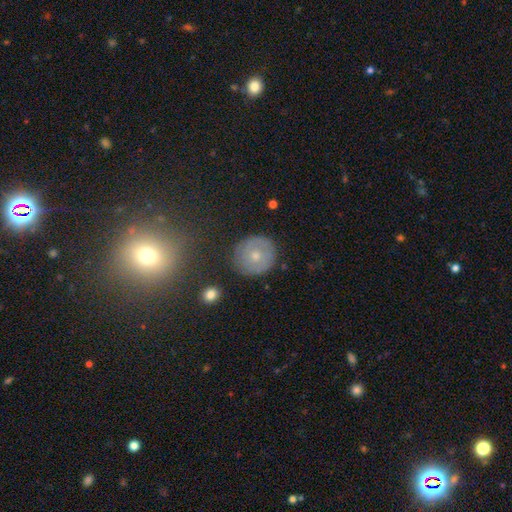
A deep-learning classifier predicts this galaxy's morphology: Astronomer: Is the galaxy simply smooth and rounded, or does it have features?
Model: smooth — 56% (runner-up: featured or disk, 36%).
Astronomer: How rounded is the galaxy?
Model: round — 90%.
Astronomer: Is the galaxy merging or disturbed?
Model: none — 84%.